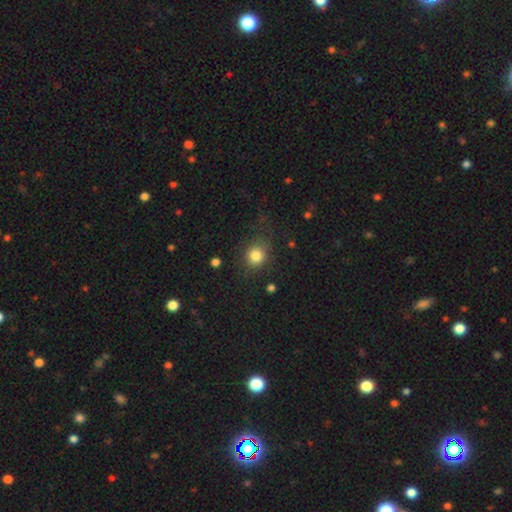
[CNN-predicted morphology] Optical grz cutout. It shows a smooth galaxy with no disk features (82%) that is round (77%). Merging: none (70%).